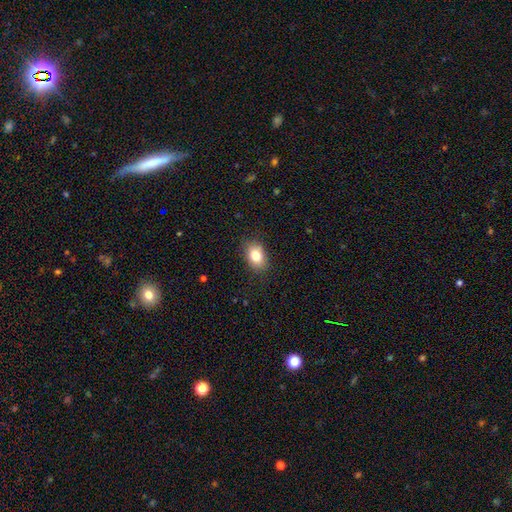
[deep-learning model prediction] Overall: smooth (81%). How rounded: in between (79%). Merging: none (85%).